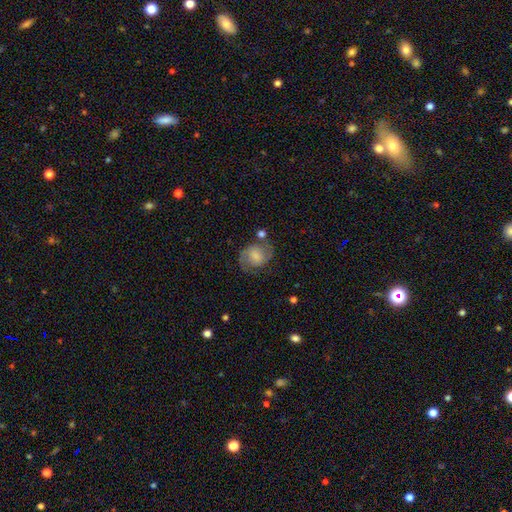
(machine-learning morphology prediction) featured or disk 58%, smooth 34%, star or artifact 8%. Down the decision tree: edge-on disk — no (97%); bar — no (48%); spiral arms — yes (88%); bulge size — small (39%); merging — none (62%).